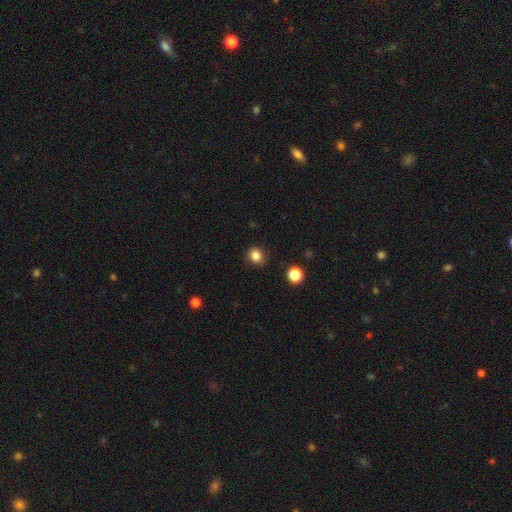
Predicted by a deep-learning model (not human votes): Smooth or featured? smooth (84%)
How rounded? round (78%)
Merging? none (88%)